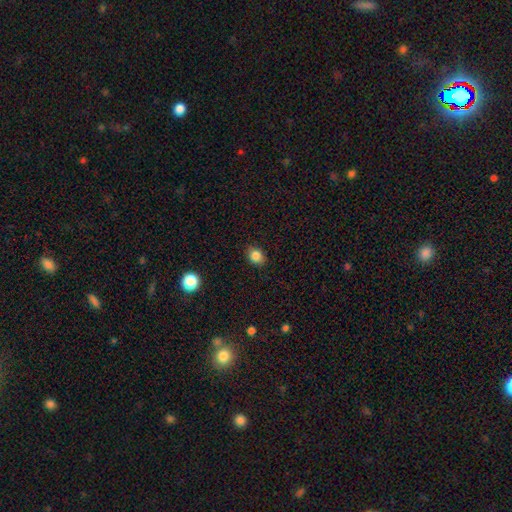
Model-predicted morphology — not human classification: Smooth or featured? Predicted: smooth (p=0.85). How rounded? Predicted: in between (p=0.50). Merging? Predicted: none (p=0.86).